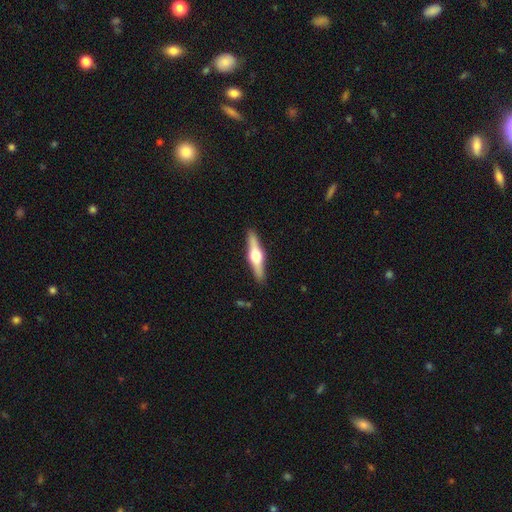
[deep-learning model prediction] featured or disk 71%, smooth 24%, star or artifact 5%. Down the decision tree: edge-on disk — yes (97%); edge-on bulge — rounded (95%); merging — none (91%).